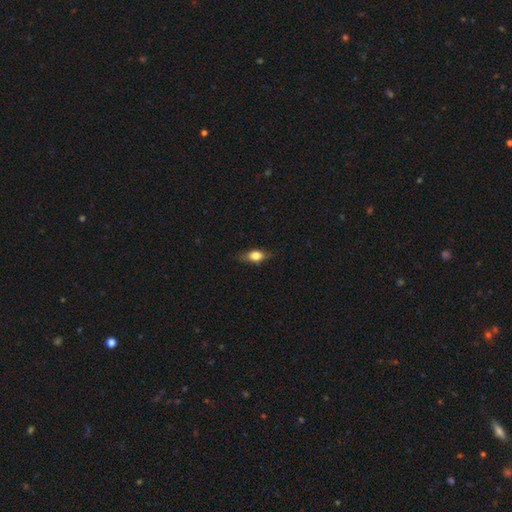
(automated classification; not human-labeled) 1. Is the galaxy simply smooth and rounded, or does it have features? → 68% smooth, 24% featured or disk, 8% star or artifact.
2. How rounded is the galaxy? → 73% in between, 16% cigar-shaped, 10% round.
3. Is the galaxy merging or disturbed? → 75% none, 20% minor disturbance, 4% major disturbance, 1% merger.